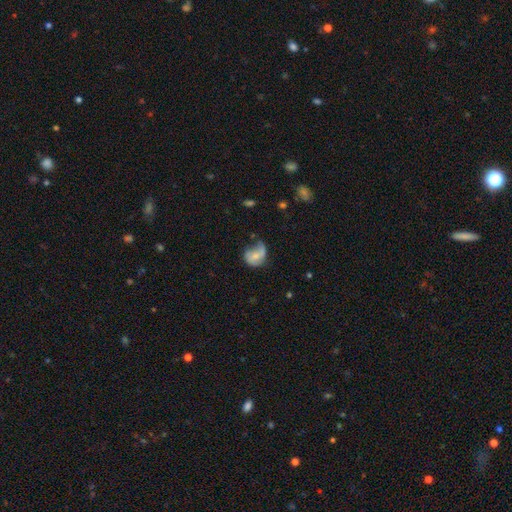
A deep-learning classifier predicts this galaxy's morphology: Smooth or featured: smooth — 47% (featured or disk — 44%)
Merging: minor disturbance — 35% (none — 32%)